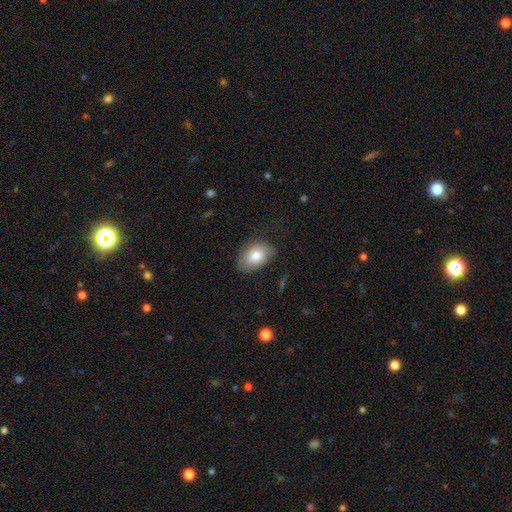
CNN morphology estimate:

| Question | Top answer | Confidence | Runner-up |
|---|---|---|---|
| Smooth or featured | smooth | 82% | featured or disk (11%) |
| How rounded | in between | 83% | round (16%) |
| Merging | none | 74% | minor disturbance (19%) |